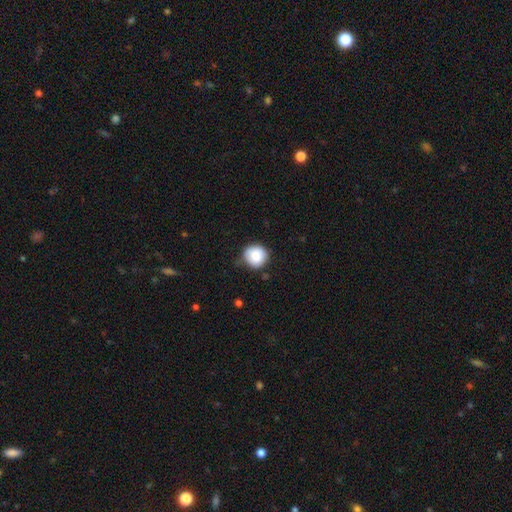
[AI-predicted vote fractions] smooth_or_featured: smooth (p=0.80) [alt: featured or disk p=0.11]
how_rounded: round (p=0.92) [alt: in between p=0.08]
merging: none (p=0.76) [alt: minor disturbance p=0.19]